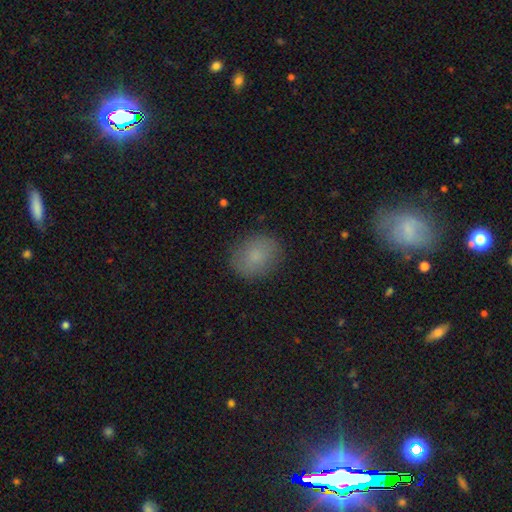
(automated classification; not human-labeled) smooth-or-featured: smooth: 80% | featured or disk: 11% | star or artifact: 9%
  how-rounded: round: 54% | in between: 45% | cigar-shaped: 1%
  merging: none: 85% | minor disturbance: 11% | major disturbance: 3% | merger: 1%